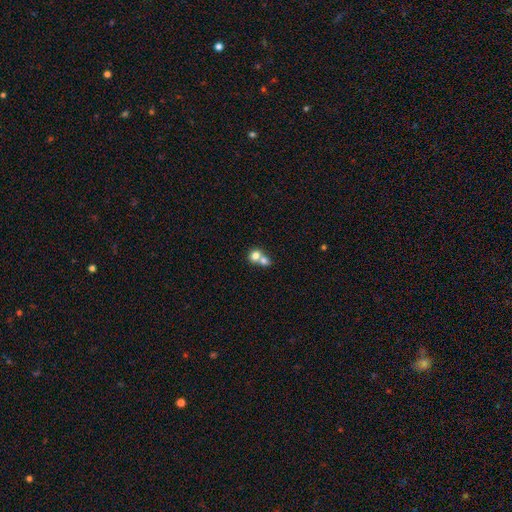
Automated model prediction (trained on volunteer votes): Smooth or featured: smooth — 75% (featured or disk — 15%)
How rounded: round — 68% (in between — 31%)
Merging: merger — 67% (none — 25%)